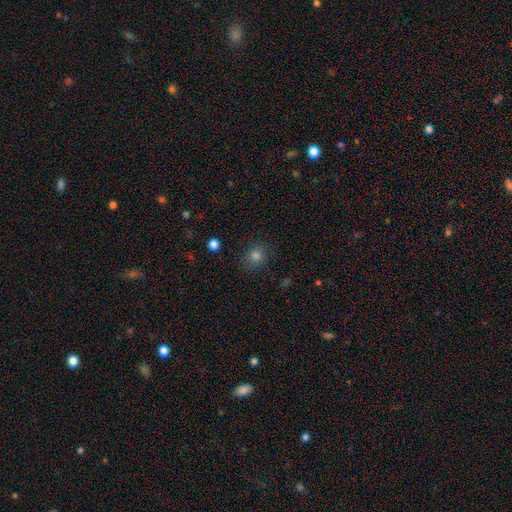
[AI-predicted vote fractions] Q: Smooth or featured?
A: smooth (77%); runner-up: star or artifact (16%)
Q: How rounded?
A: round (80%); runner-up: in between (19%)
Q: Merging?
A: none (87%); runner-up: minor disturbance (9%)